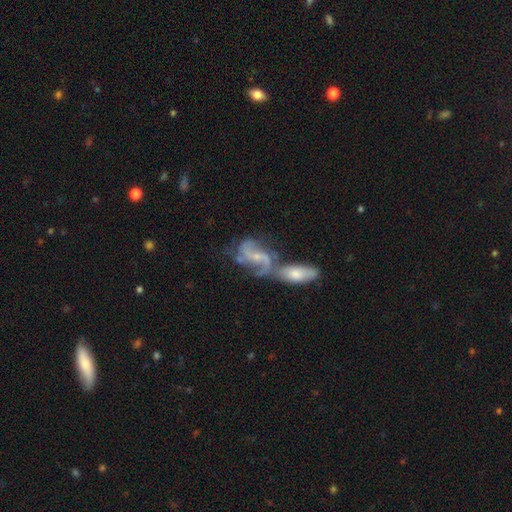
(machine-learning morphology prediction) This is clearly a featured or disk galaxy (83%). It is clearly not viewed edge-on (96%). Bar: marginally no (44%). Spiral arm pattern: clearly yes (94%). Spiral arm count: clearly 2 (81%). Spiral winding: possibly loose (48%). Central bulge: likely small (66%). Merging: possibly merger (52%).